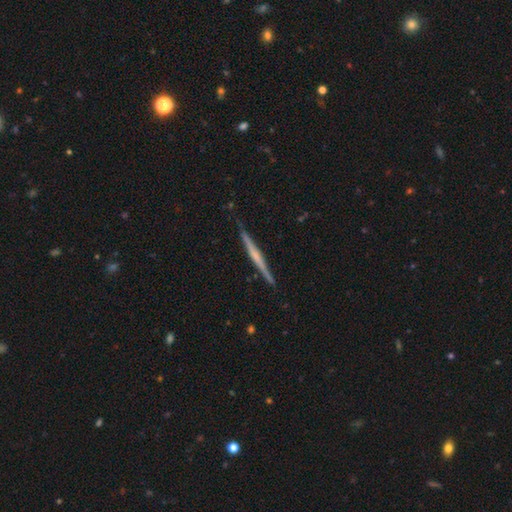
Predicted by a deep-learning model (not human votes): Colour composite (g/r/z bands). It shows a featured or disk galaxy (67%) viewed edge-on (98%) with no central bulge (50%). Merging: none (89%).